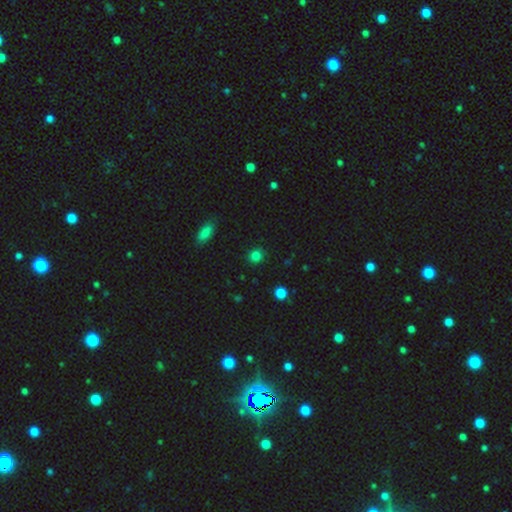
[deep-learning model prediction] smooth-or-featured: smooth: 83% | star or artifact: 14% | featured or disk: 4%
  how-rounded: round: 85% | in between: 13% | cigar-shaped: 1%
  merging: none: 89% | minor disturbance: 8% | major disturbance: 2% | merger: 1%